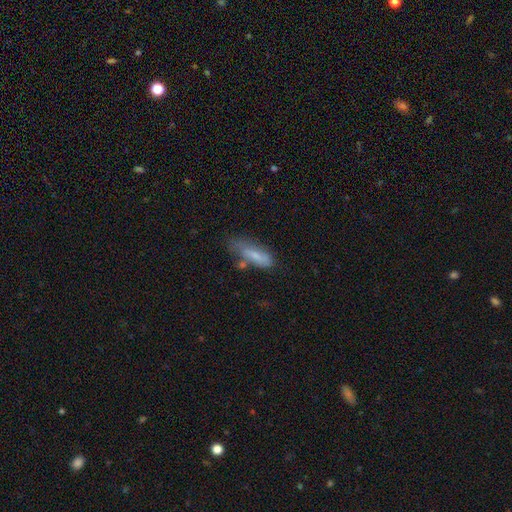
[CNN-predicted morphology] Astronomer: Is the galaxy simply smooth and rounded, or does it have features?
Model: smooth — 68%.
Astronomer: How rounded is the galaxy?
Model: in between — 53% (runner-up: cigar-shaped, 45%).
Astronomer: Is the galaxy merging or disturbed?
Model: none — 48% (runner-up: minor disturbance, 30%).